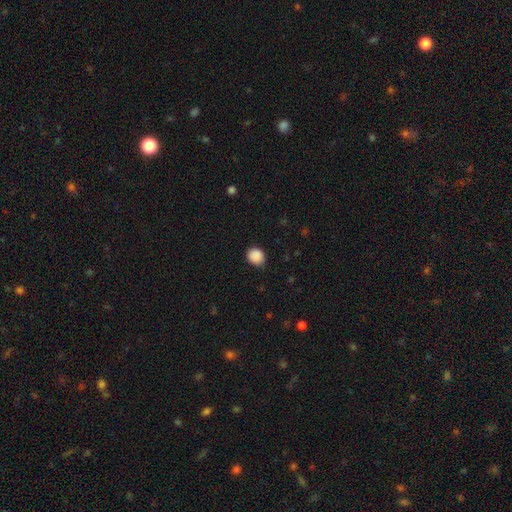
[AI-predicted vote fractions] Morphology: type=smooth (89%); roundness=round (66%); merging=none (80%).